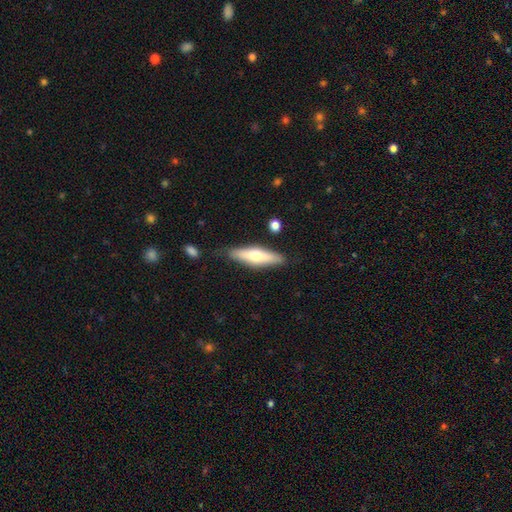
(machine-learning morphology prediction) This appears to be a smooth galaxy with no disk features (53%) that is cigar-shaped (69%). Merging: none (81%).